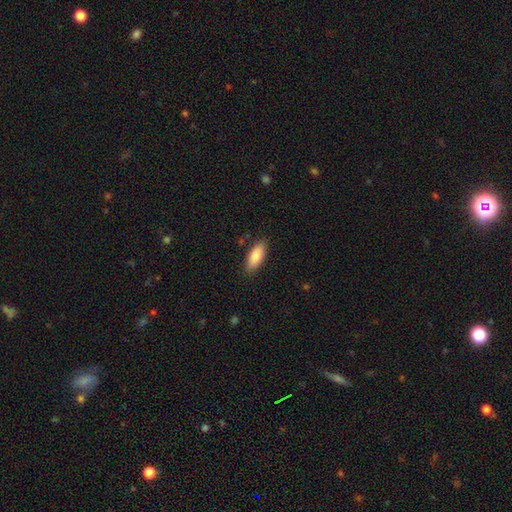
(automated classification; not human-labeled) Smooth or featured? smooth (81%)
How rounded? in between (77%)
Merging? none (86%)